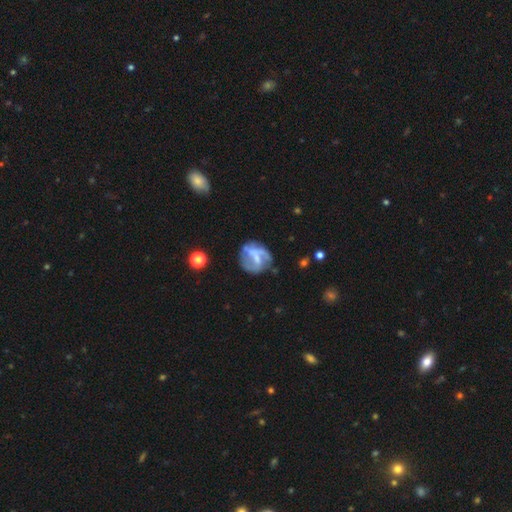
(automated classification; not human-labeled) This appears to be a featured or disk galaxy (64%) with a weak bar (40%), spiral arms (64%) and no central bulge (42%). Merging: none (55%).